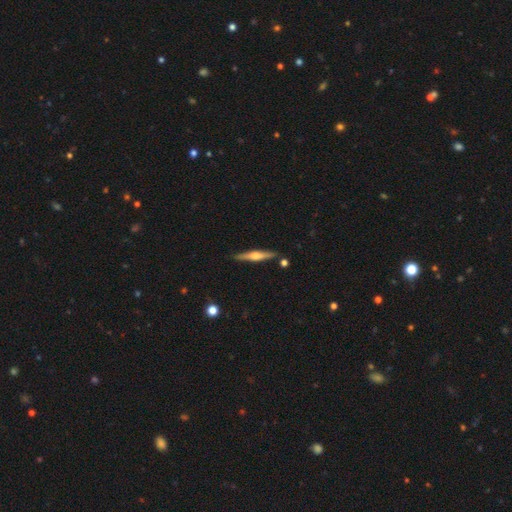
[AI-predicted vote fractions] Smooth or featured?
  - featured or disk: 65% *
  - smooth: 29%
  - star or artifact: 6%
Edge-on disk?
  - yes: 97% *
  - no: 3%
Edge-on bulge?
  - rounded: 87% *
  - boxy: 8%
  - none: 6%
Merging?
  - none: 87% *
  - minor disturbance: 8%
  - merger: 3%
  - major disturbance: 2%